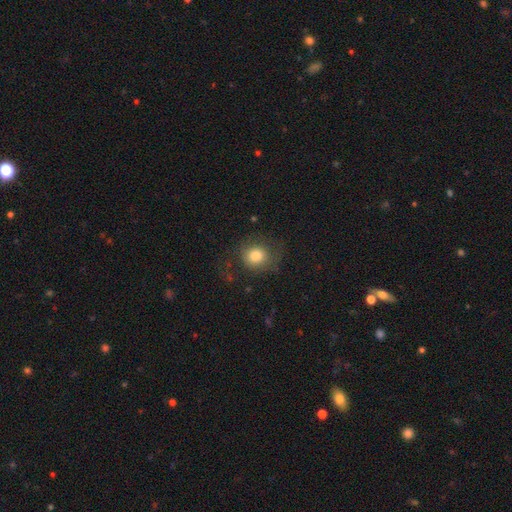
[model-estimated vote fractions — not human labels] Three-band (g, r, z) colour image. It shows a smooth galaxy with no disk features (77%) that is round (81%). Merging: none (64%).